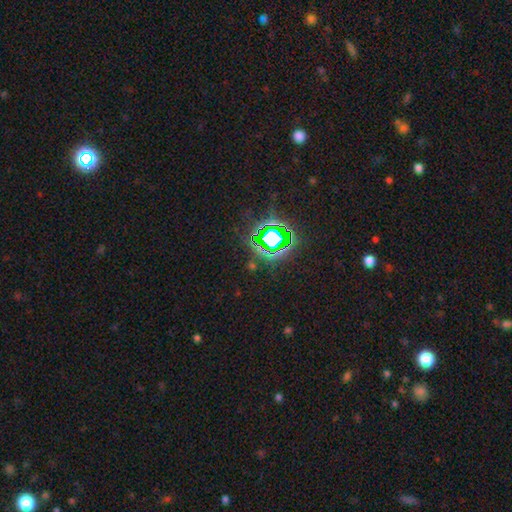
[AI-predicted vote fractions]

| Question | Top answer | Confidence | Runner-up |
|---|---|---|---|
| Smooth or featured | star or artifact | 82% | smooth (11%) |